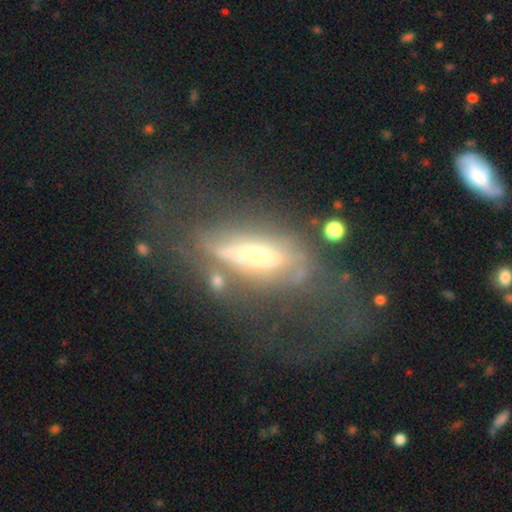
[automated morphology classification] A featured or disk galaxy (67%).

Vote fractions:
- Smooth or featured? featured or disk: 67% / smooth: 24% / star or artifact: 9%
- Edge-on disk? no: 58% / yes: 42%
- Merging? major disturbance: 37% / none: 36% / minor disturbance: 19% / merger: 8%